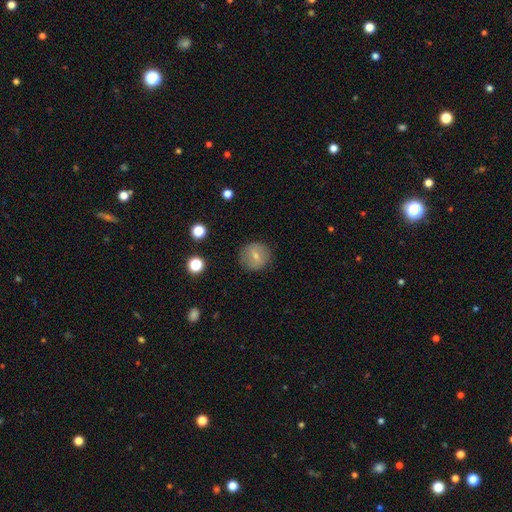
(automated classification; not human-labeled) Q: Smooth or featured?
A: smooth (64%); runner-up: featured or disk (27%)
Q: How rounded?
A: round (87%); runner-up: in between (12%)
Q: Merging?
A: none (84%); runner-up: minor disturbance (11%)